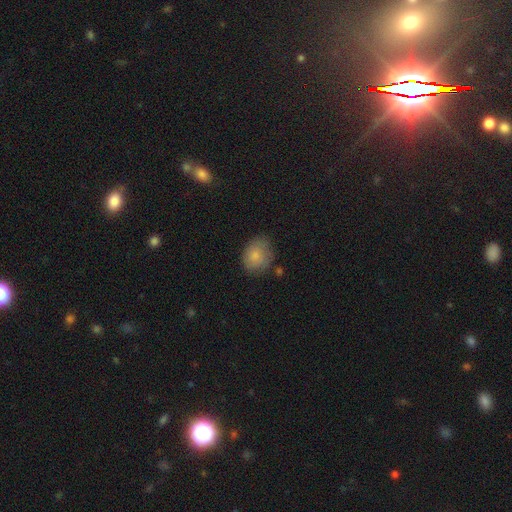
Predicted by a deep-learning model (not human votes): Smooth or featured: smooth — 80% (featured or disk — 13%)
How rounded: round — 50% (in between — 49%)
Merging: none — 62% (minor disturbance — 27%)